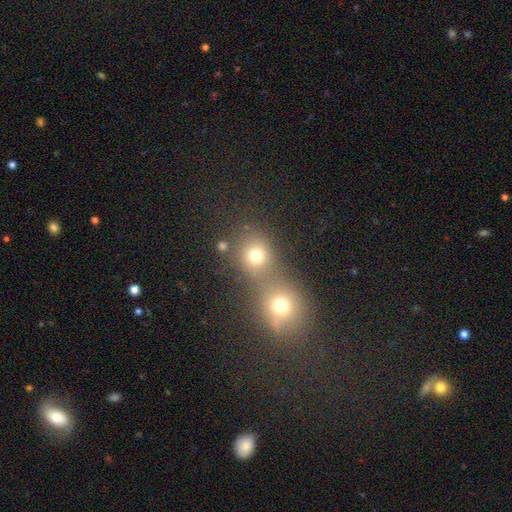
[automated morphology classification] A smooth galaxy with no disk features (74%) that is round (78%). Merging: merger (54%).